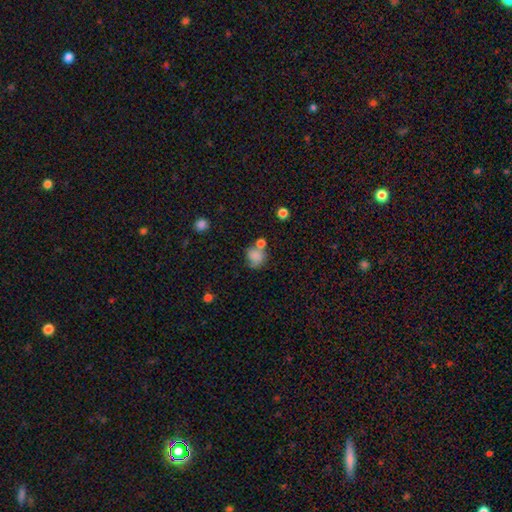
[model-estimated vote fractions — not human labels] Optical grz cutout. It shows a smooth galaxy with no disk features (77%) that is round (70%). Merging: none (42%).